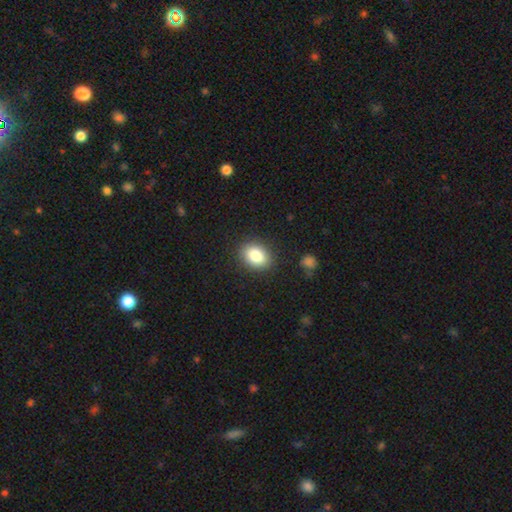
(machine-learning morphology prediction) smooth_or_featured: smooth (p=0.84) [alt: star or artifact p=0.08]
how_rounded: in between (p=0.65) [alt: round p=0.34]
merging: none (p=0.87) [alt: minor disturbance p=0.09]